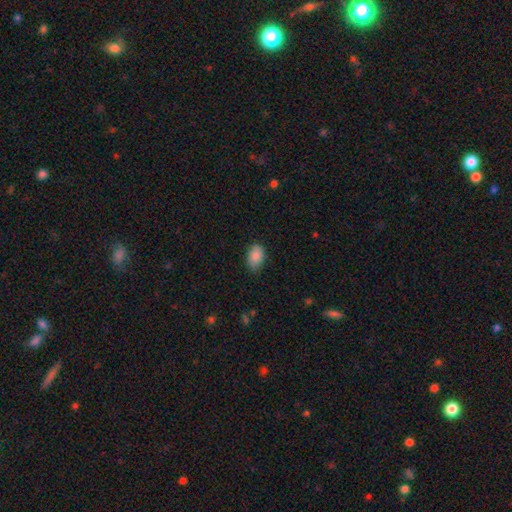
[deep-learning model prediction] Smooth or featured? smooth (86%)
How rounded? in between (87%)
Merging? none (75%)